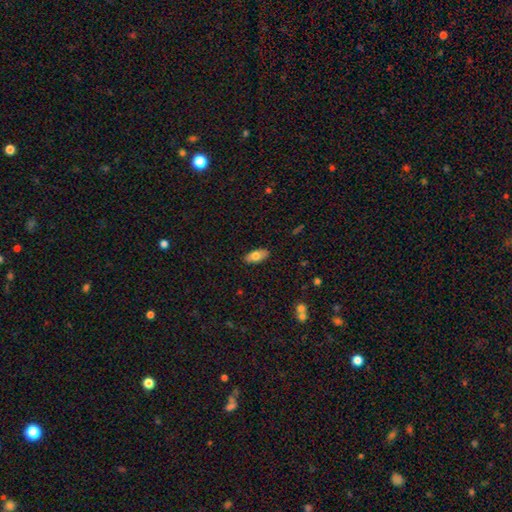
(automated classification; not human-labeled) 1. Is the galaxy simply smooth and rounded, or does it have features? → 74% smooth, 19% featured or disk, 7% star or artifact.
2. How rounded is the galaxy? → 90% in between, 8% cigar-shaped, 3% round.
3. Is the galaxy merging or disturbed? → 87% none, 10% minor disturbance, 2% major disturbance, 1% merger.